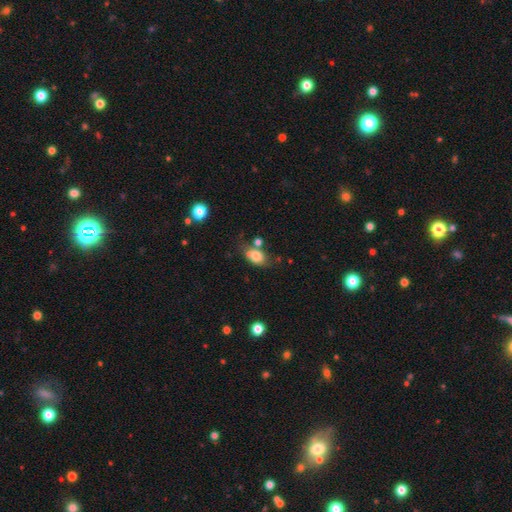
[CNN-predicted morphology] A smooth galaxy with no disk features (74%) that is in between round and cigar-shaped (75%).

Vote fractions:
- Smooth or featured? smooth: 74% / featured or disk: 16% / star or artifact: 10%
- How rounded? in between: 75% / round: 23% / cigar-shaped: 2%
- Merging? none: 51% / minor disturbance: 23% / merger: 17% / major disturbance: 9%